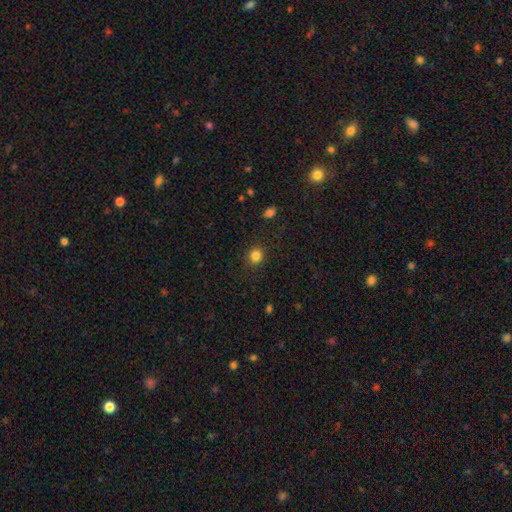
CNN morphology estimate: Smooth or featured? Predicted: smooth (p=0.84). How rounded? Predicted: round (p=0.89). Merging? Predicted: none (p=0.89).